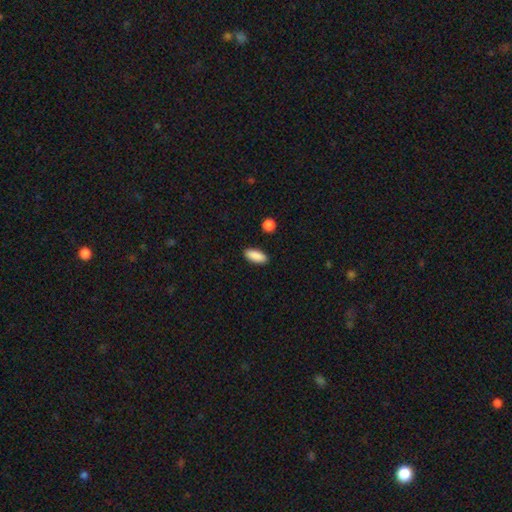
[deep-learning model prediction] A smooth galaxy with no disk features (90%) that is in between round and cigar-shaped (83%).

Vote fractions:
- Smooth or featured? smooth: 90% / star or artifact: 6% / featured or disk: 4%
- How rounded? in between: 83% / cigar-shaped: 15% / round: 2%
- Merging? none: 89% / minor disturbance: 7% / major disturbance: 2% / merger: 2%